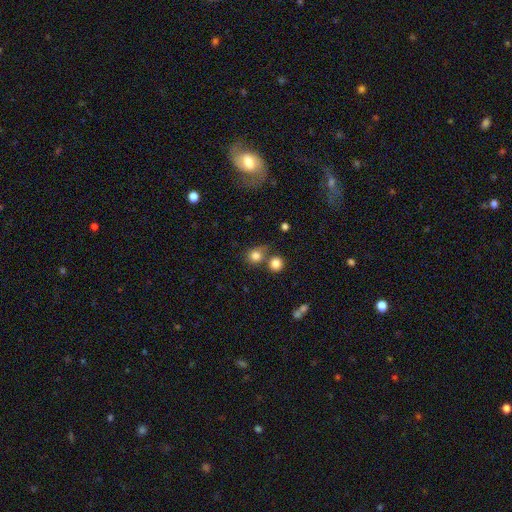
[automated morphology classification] This appears to be a smooth galaxy with no disk features (81%) that is round (84%). Merging: none (58%).